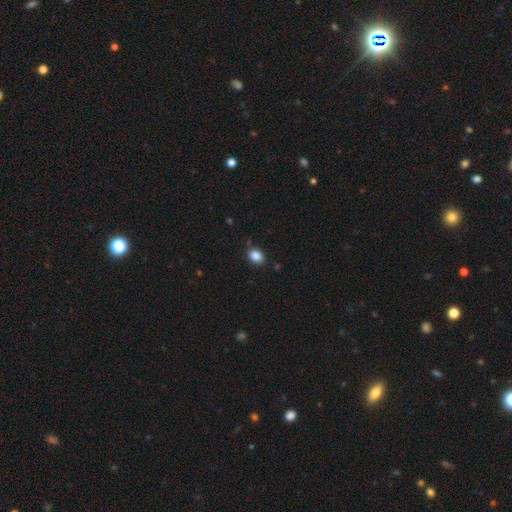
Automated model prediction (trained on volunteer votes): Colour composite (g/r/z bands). It shows a smooth galaxy with no disk features (87%) that is in between round and cigar-shaped (59%). Merging: none (85%).